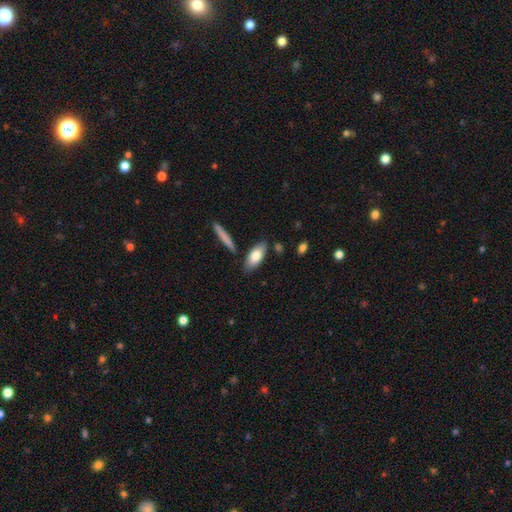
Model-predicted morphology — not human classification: Overall: smooth (77%). How rounded: in between (81%). Merging: none (78%).